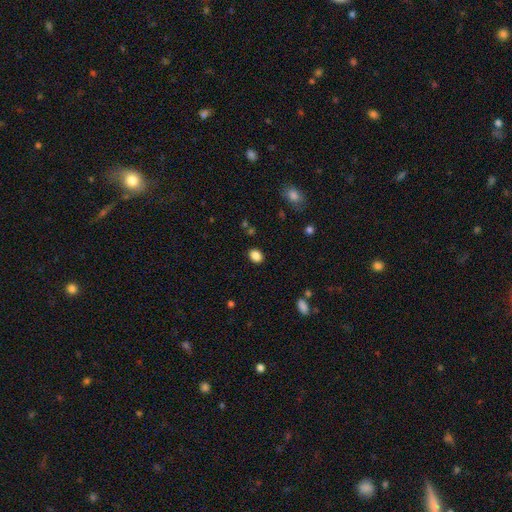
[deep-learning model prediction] Q: Smooth or featured?
A: smooth (86%); runner-up: star or artifact (10%)
Q: How rounded?
A: in between (59%); runner-up: round (40%)
Q: Merging?
A: none (88%); runner-up: minor disturbance (8%)